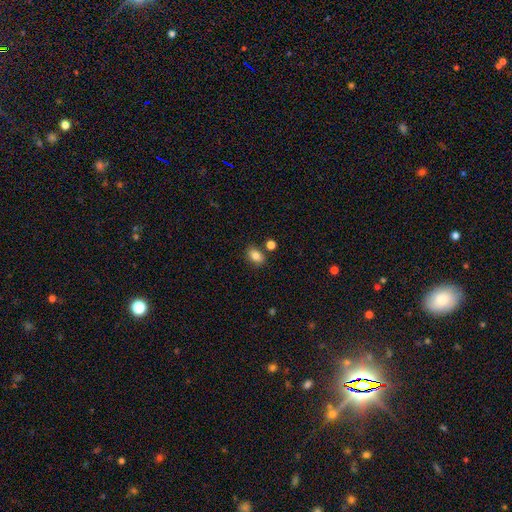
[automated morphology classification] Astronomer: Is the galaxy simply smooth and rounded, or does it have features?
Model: smooth — 84%.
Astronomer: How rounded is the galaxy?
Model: in between — 74%.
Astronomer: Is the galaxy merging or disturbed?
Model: none — 77%.